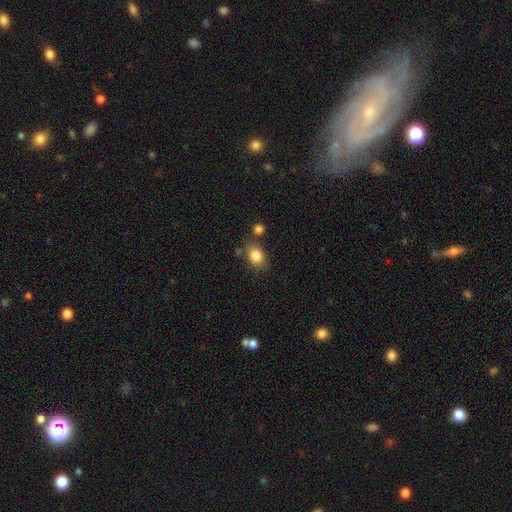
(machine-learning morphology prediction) smooth-or-featured: smooth: 84% | star or artifact: 9% | featured or disk: 7%
  how-rounded: in between: 69% | round: 30% | cigar-shaped: 1%
  merging: none: 71% | minor disturbance: 15% | merger: 10% | major disturbance: 4%